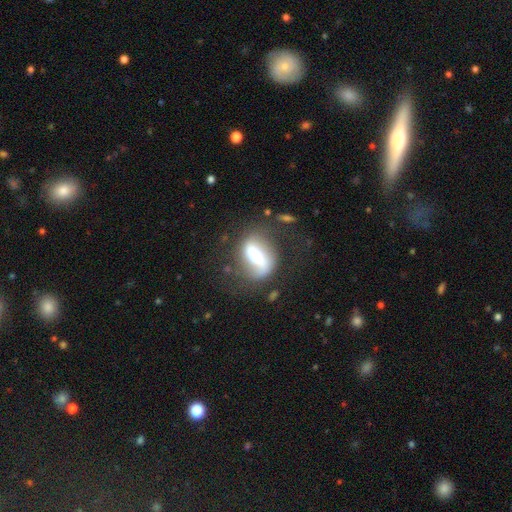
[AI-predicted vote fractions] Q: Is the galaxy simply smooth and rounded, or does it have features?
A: featured or disk — 59%.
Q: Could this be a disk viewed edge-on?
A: no — 87%.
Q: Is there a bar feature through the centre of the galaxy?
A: strong — 56%.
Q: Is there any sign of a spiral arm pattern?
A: yes — 57%.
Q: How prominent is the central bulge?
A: moderate — 50%.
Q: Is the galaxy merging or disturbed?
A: none — 62%.